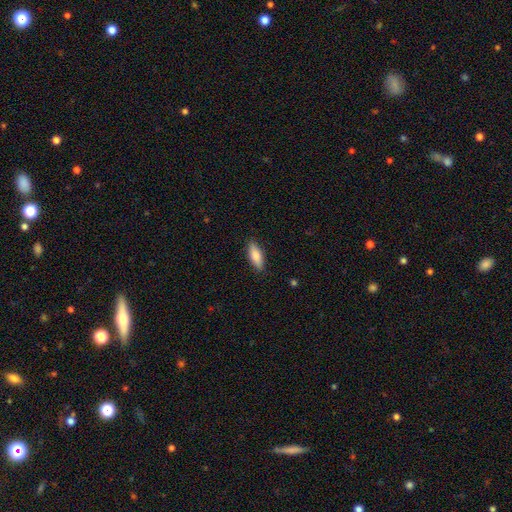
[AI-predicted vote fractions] smooth 81%, featured or disk 13%, star or artifact 6%. Down the decision tree: how rounded — in between (66%); merging — none (87%).